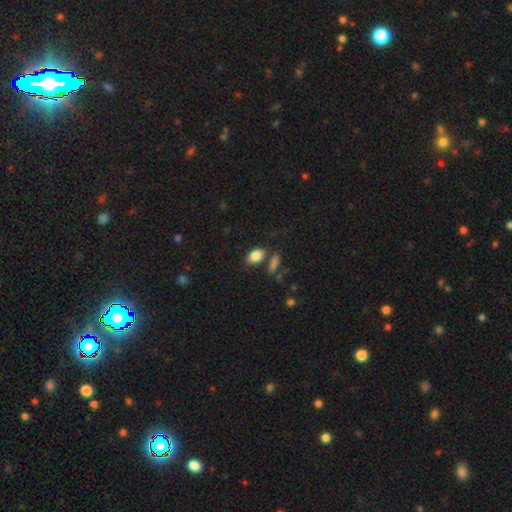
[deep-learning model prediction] Q: Smooth or featured?
A: smooth (85%); runner-up: star or artifact (8%)
Q: How rounded?
A: in between (89%); runner-up: round (9%)
Q: Merging?
A: none (70%); runner-up: minor disturbance (14%)